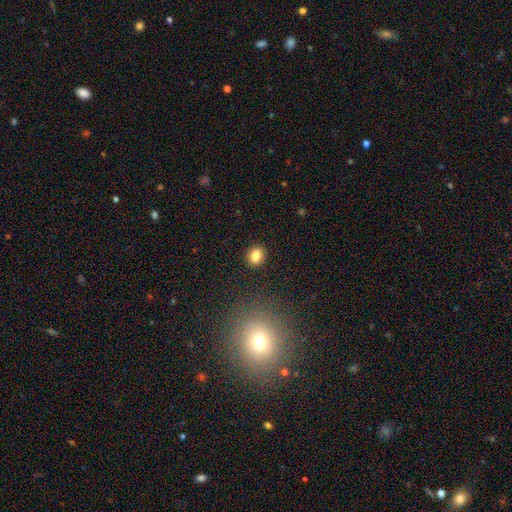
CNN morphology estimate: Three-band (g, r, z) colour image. It shows a smooth galaxy with no disk features (83%) that is in between round and cigar-shaped (49%, tied with round). Merging: none (89%).